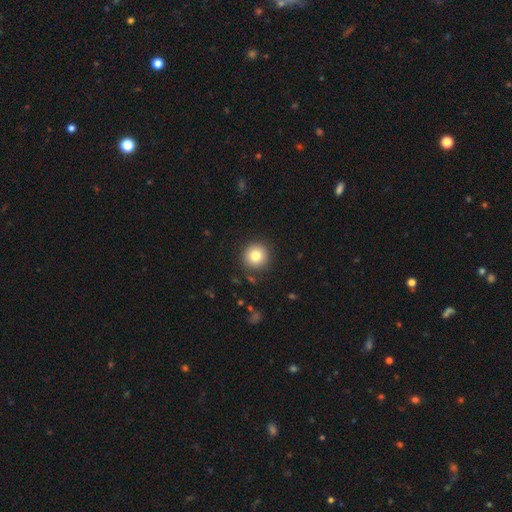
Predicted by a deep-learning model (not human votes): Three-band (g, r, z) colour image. It shows a smooth galaxy with no disk features (82%) that is round (95%). Merging: none (89%).